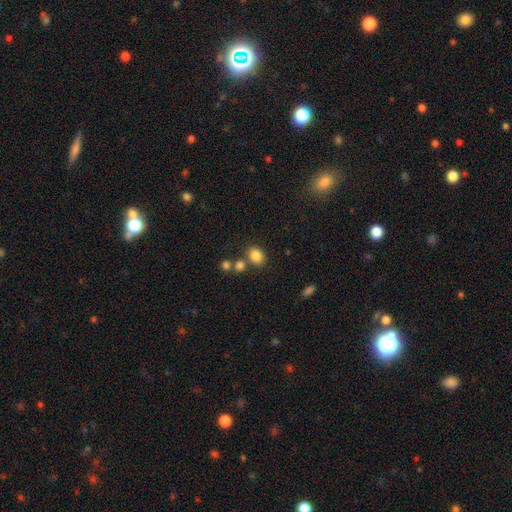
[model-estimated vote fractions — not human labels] Overall: smooth (84%). How rounded: in between (51%; round 48%). Merging: none (69%).